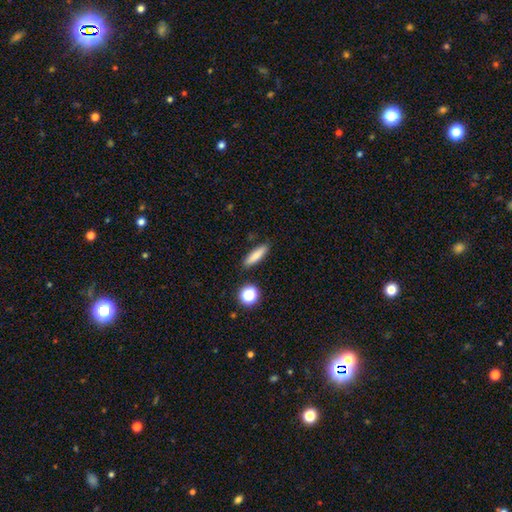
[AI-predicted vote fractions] Smooth or featured?
  - smooth: 82% *
  - featured or disk: 9%
  - star or artifact: 9%
How rounded?
  - cigar-shaped: 72% *
  - in between: 25%
  - round: 4%
Merging?
  - none: 88% *
  - minor disturbance: 8%
  - merger: 3%
  - major disturbance: 2%